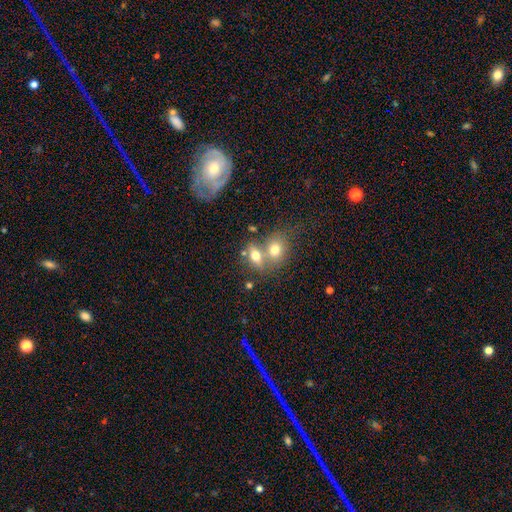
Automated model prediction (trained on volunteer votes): The model was most divided on "merging": merger: 57%, none: 30%, minor disturbance: 8%, major disturbance: 4%. More confident: how rounded — in between (68%); smooth or featured — smooth (68%).